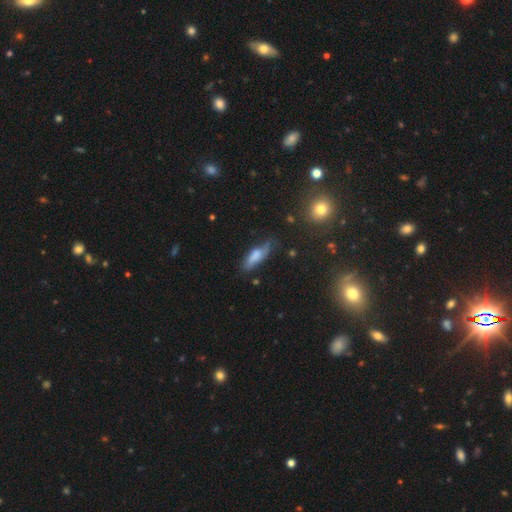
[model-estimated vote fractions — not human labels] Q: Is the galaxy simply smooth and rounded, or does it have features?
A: smooth — 64%.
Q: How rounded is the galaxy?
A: in between — 51%.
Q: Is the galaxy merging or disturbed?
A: none — 53%.